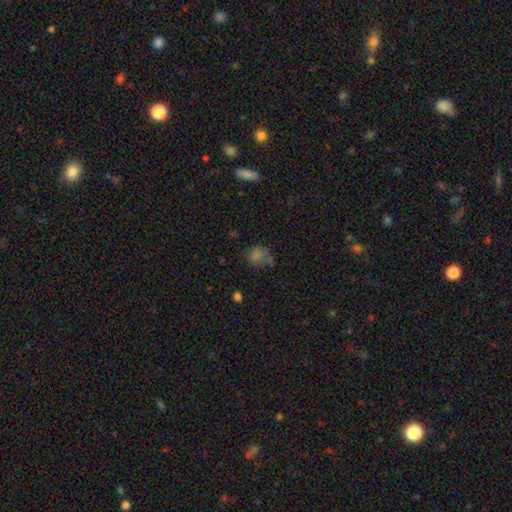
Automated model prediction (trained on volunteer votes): Q: Smooth or featured?
A: smooth (60%); runner-up: star or artifact (27%)
Q: How rounded?
A: round (64%); runner-up: in between (34%)
Q: Merging?
A: none (56%); runner-up: minor disturbance (21%)